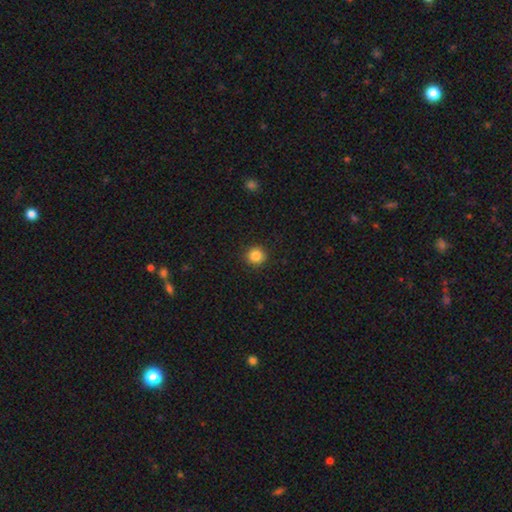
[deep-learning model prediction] The model was most divided on "smooth or featured": smooth: 85%, star or artifact: 10%, featured or disk: 4%. More confident: how rounded — round (93%); merging — none (92%).